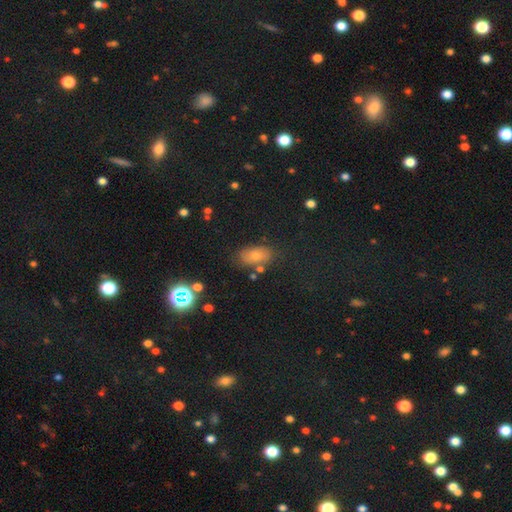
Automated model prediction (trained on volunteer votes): Overall: smooth (68%). How rounded: in between (88%). Merging: none (71%).